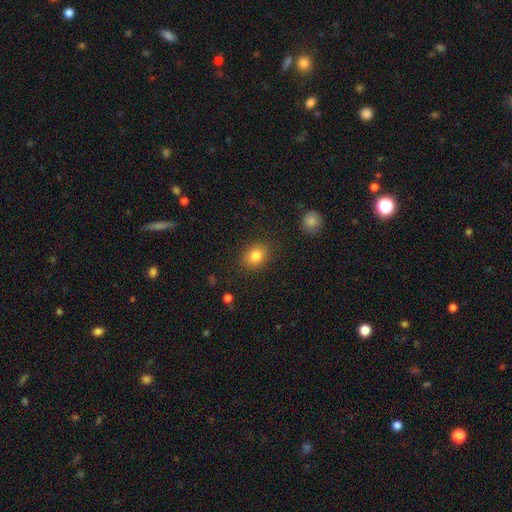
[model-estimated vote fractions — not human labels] A smooth galaxy with no disk features (83%) that is round (54%).

Vote fractions:
- Smooth or featured? smooth: 83% / star or artifact: 10% / featured or disk: 7%
- How rounded? round: 54% / in between: 45% / cigar-shaped: 1%
- Merging? none: 86% / minor disturbance: 10% / major disturbance: 3% / merger: 2%